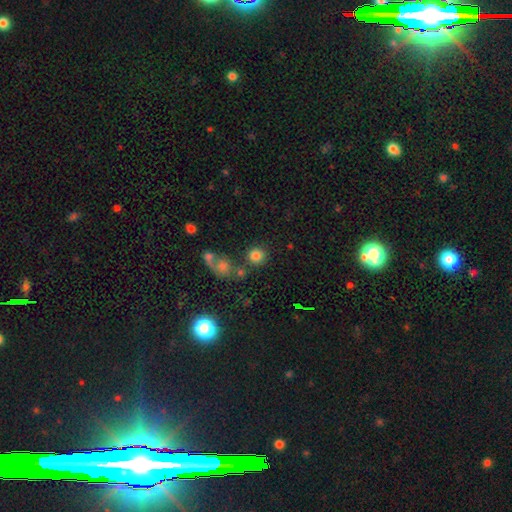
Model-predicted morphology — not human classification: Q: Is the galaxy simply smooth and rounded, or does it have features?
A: smooth — 79%.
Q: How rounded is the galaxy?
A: round — 90%.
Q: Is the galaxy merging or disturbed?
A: none — 74%.